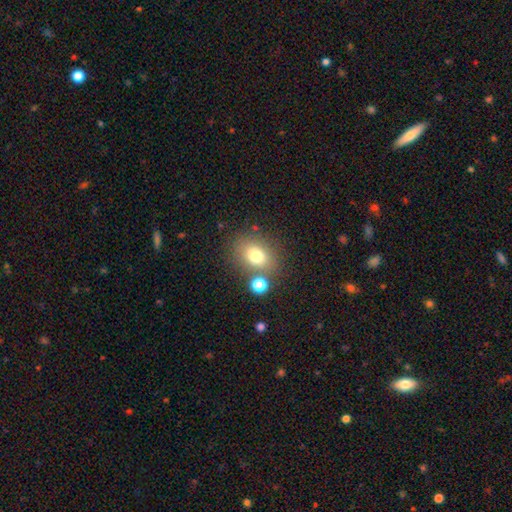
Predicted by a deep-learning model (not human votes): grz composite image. It shows a smooth galaxy with no disk features (75%) that is in between round and cigar-shaped (53%). Merging: none (72%).